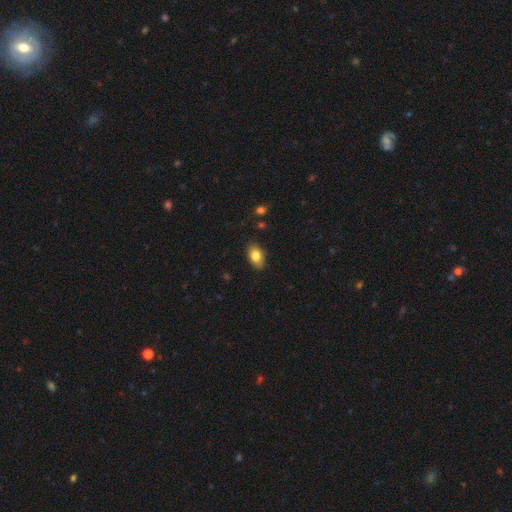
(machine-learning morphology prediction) type=smooth (83%); roundness=in between (88%); merging=none (86%).